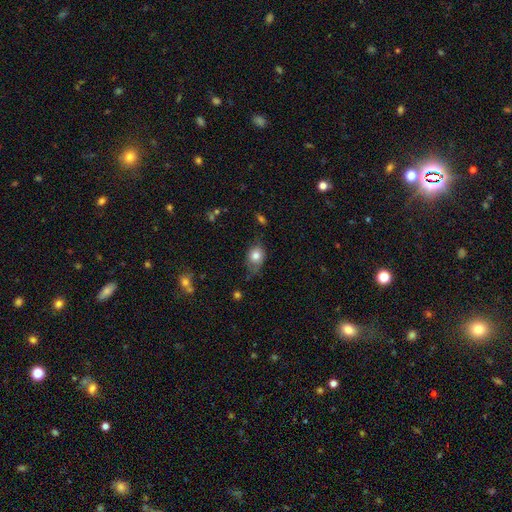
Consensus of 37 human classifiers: Volunteers were most divided on "how rounded": round: 50%, in between: 46%, cigar-shaped: 4%. Remaining: smooth or featured — smooth (76%); merging — minor disturbance (46%).